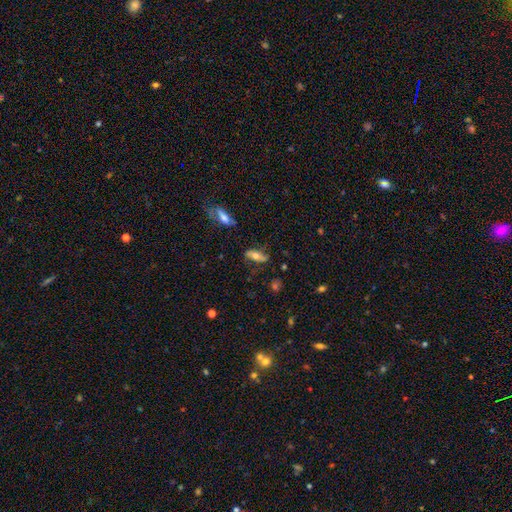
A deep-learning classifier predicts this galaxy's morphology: Smooth or featured? smooth (51%)
How rounded? in between (66%)
Merging? none (67%)